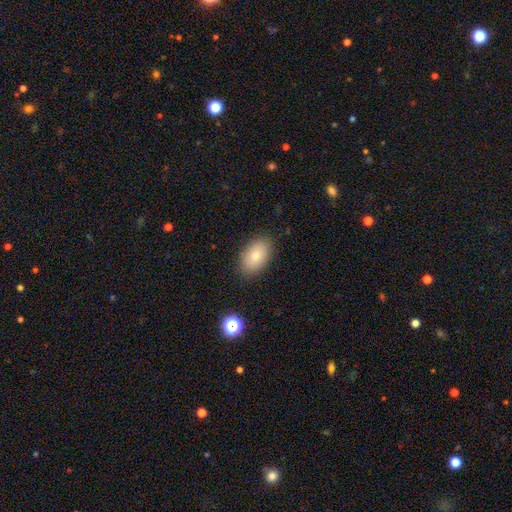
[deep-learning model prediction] This appears to be a smooth galaxy with no disk features (79%) that is in between round and cigar-shaped (91%). Merging: none (86%).